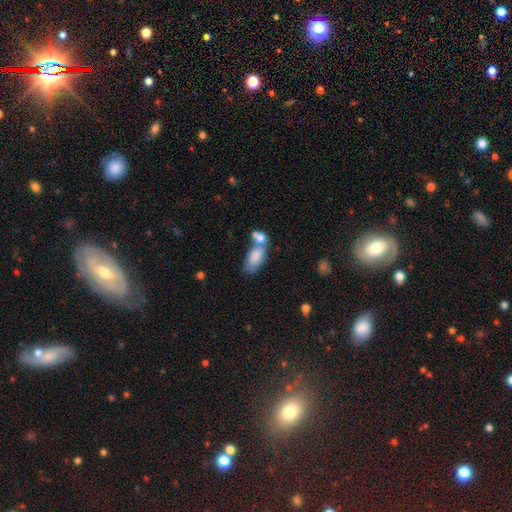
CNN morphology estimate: smooth 80%, featured or disk 13%, star or artifact 7%. Down the decision tree: how rounded — in between (88%); merging — merger (44%).